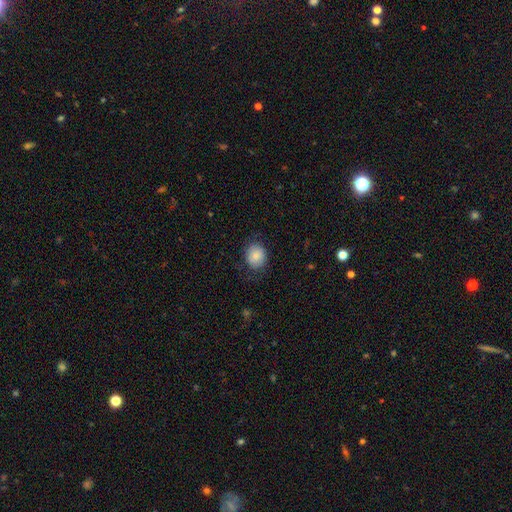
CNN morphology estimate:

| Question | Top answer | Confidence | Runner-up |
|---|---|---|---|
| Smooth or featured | smooth | 83% | featured or disk (9%) |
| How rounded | round | 68% | in between (31%) |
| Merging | none | 74% | minor disturbance (17%) |